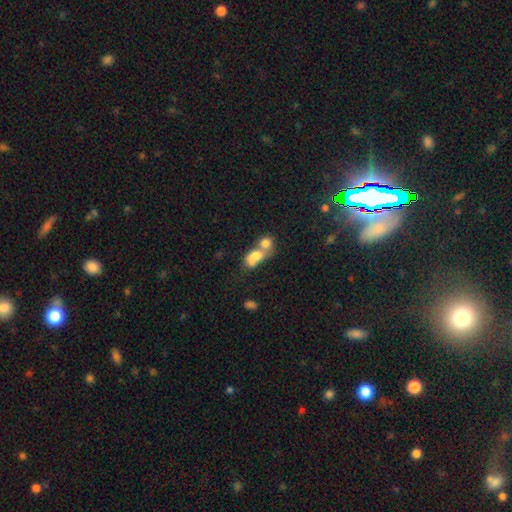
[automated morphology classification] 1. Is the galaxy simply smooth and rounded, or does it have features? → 70% smooth, 20% featured or disk, 10% star or artifact.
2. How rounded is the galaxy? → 59% in between, 38% round, 3% cigar-shaped.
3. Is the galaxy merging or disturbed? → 75% merger, 15% none, 6% minor disturbance, 5% major disturbance.